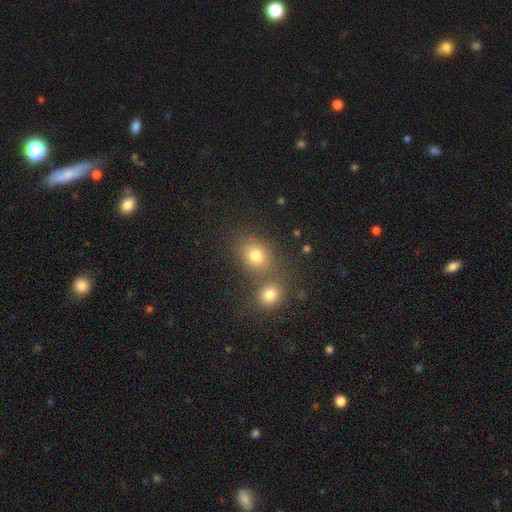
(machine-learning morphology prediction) Q: Smooth or featured?
A: smooth (77%); runner-up: star or artifact (15%)
Q: How rounded?
A: round (61%); runner-up: in between (38%)
Q: Merging?
A: none (57%); runner-up: merger (31%)